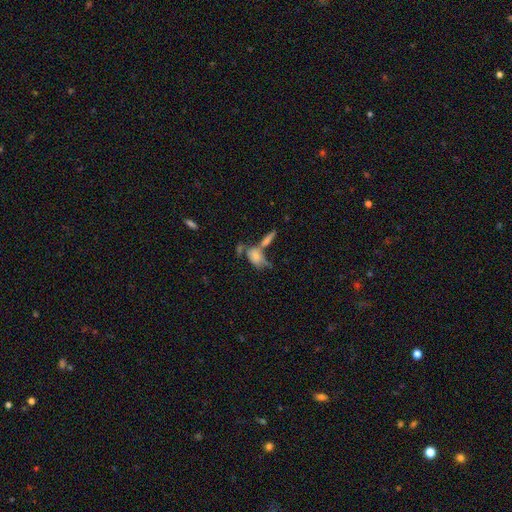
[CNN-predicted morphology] A smooth galaxy with no disk features (61%) that is in between round and cigar-shaped (79%).

Vote fractions:
- Smooth or featured? smooth: 61% / featured or disk: 30% / star or artifact: 10%
- How rounded? in between: 79% / round: 11% / cigar-shaped: 10%
- Merging? merger: 44% / none: 30% / minor disturbance: 15% / major disturbance: 11%